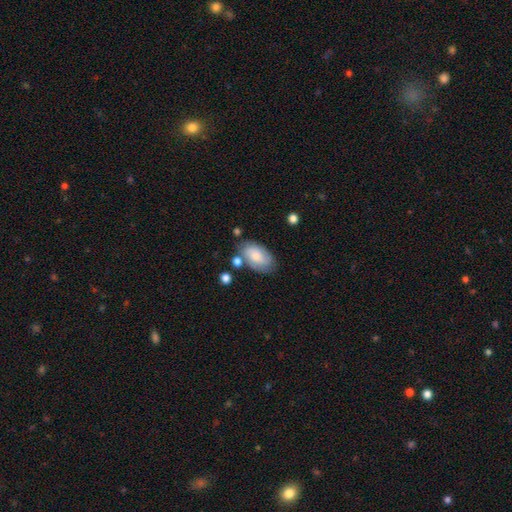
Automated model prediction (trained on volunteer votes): smooth 70%, featured or disk 23%, star or artifact 7%. Down the decision tree: how rounded — in between (92%); merging — none (65%).